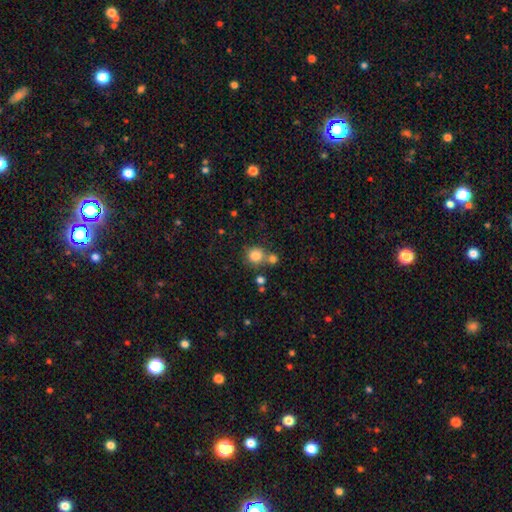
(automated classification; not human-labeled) Morphology: type=smooth (82%); roundness=round (90%); merging=none (63%).